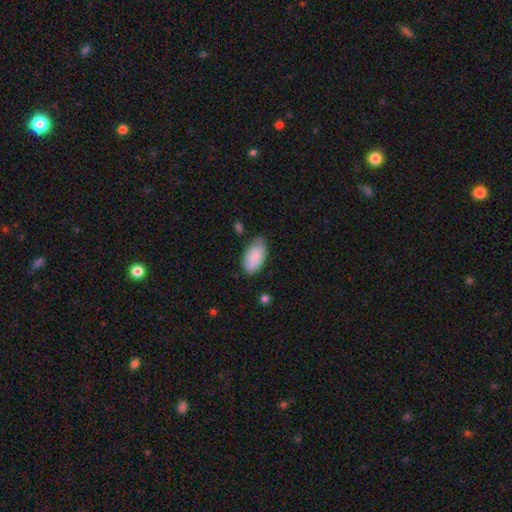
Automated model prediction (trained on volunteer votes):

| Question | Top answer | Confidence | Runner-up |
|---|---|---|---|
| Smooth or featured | smooth | 83% | featured or disk (11%) |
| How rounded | in between | 94% | round (3%) |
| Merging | none | 66% | minor disturbance (26%) |